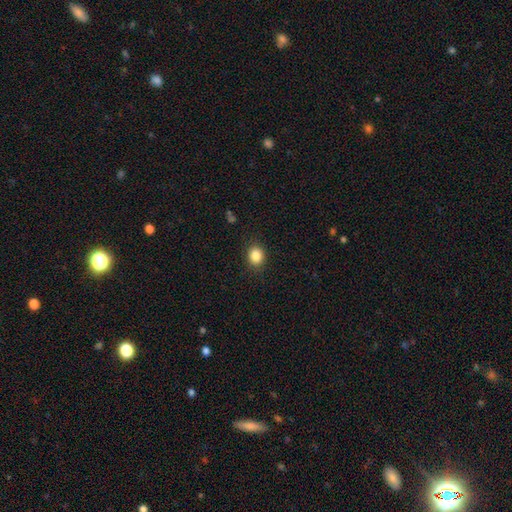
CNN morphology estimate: Q: Smooth or featured?
A: smooth (85%); runner-up: star or artifact (10%)
Q: How rounded?
A: round (65%); runner-up: in between (34%)
Q: Merging?
A: none (88%); runner-up: minor disturbance (9%)